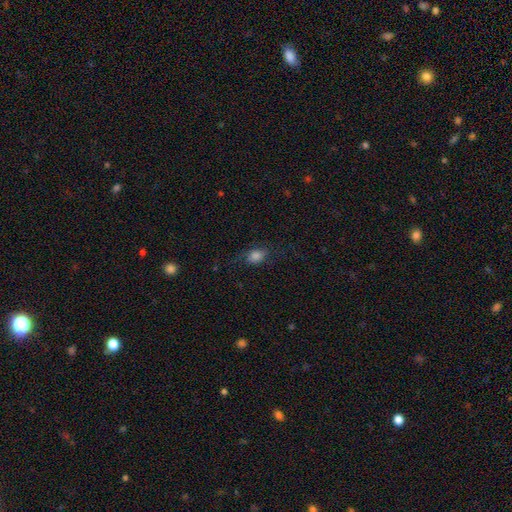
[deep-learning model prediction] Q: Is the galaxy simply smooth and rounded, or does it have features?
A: smooth — 73%.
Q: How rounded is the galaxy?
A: in between — 75%.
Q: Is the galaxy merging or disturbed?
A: none — 61%.